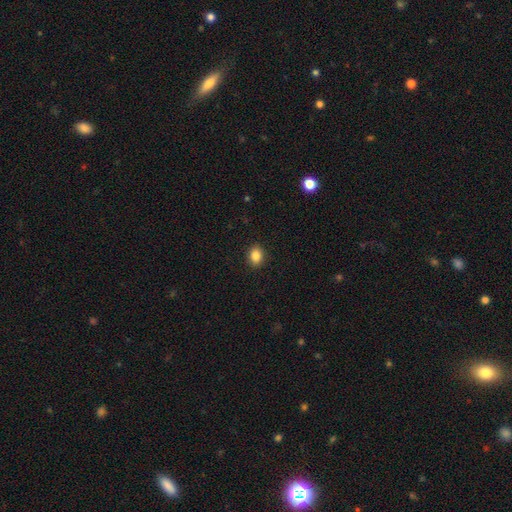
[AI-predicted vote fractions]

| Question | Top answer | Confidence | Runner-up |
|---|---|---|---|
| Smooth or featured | smooth | 86% | star or artifact (9%) |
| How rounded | in between | 61% | round (37%) |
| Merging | none | 91% | minor disturbance (7%) |